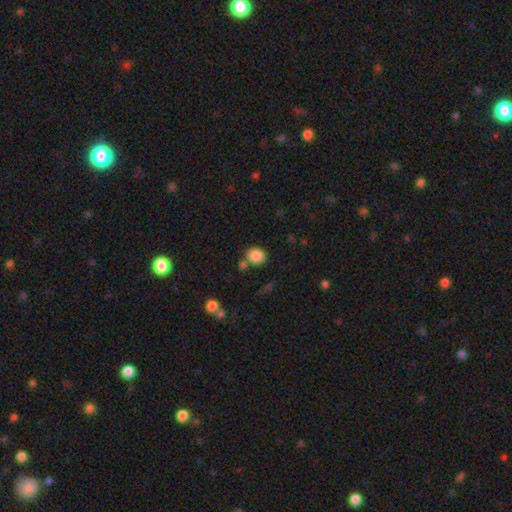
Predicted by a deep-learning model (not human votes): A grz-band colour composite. It shows a smooth galaxy with no disk features (86%) that is round (70%). Merging: none (72%).